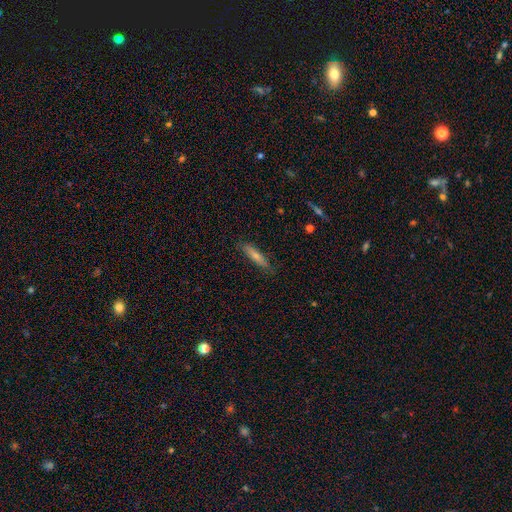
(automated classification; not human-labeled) A smooth galaxy with no disk features (55%) that is cigar-shaped (82%). Merging: none (84%).